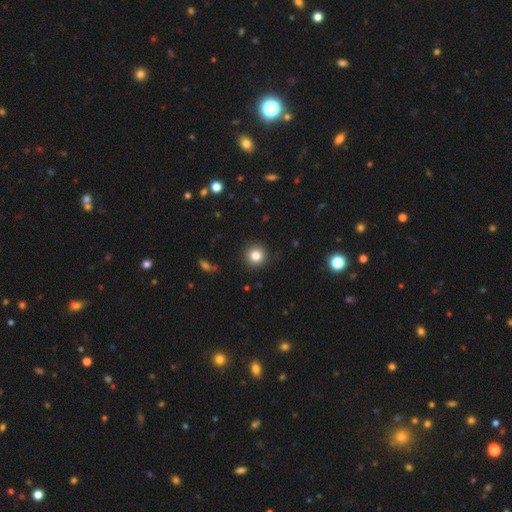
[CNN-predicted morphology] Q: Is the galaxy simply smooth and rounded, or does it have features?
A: smooth — 83%.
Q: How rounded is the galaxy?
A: round — 94%.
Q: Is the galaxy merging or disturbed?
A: none — 90%.